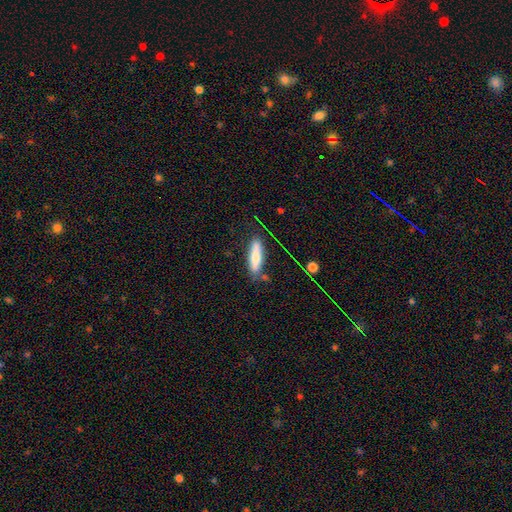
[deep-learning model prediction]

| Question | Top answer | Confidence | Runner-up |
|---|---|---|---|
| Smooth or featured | smooth | 69% | featured or disk (24%) |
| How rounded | cigar-shaped | 62% | in between (36%) |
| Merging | none | 71% | minor disturbance (19%) |